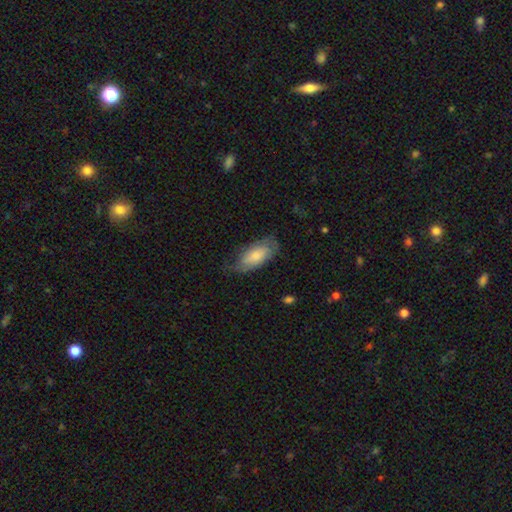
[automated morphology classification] Overall: smooth (68%). How rounded: in between (88%). Merging: none (60%; minor disturbance 29%).